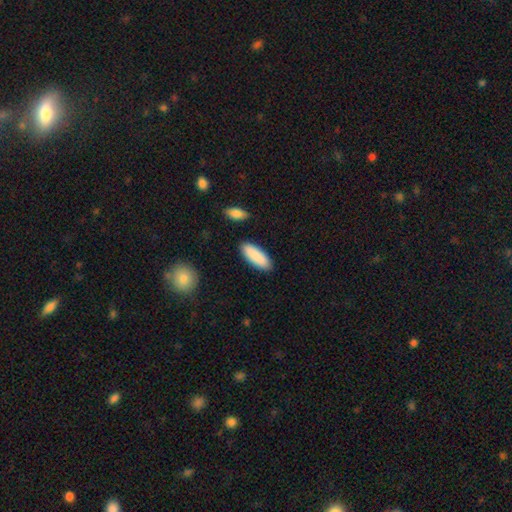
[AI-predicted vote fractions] This is clearly a smooth galaxy (89%). How rounded: likely in between (70%). Merging: clearly none (87%).